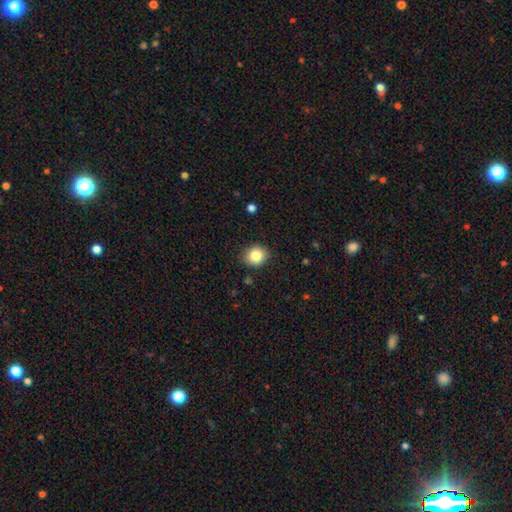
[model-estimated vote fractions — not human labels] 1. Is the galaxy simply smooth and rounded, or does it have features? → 83% smooth, 10% star or artifact, 7% featured or disk.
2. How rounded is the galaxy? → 76% round, 23% in between, 1% cigar-shaped.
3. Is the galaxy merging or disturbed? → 87% none, 9% minor disturbance, 2% major disturbance, 1% merger.